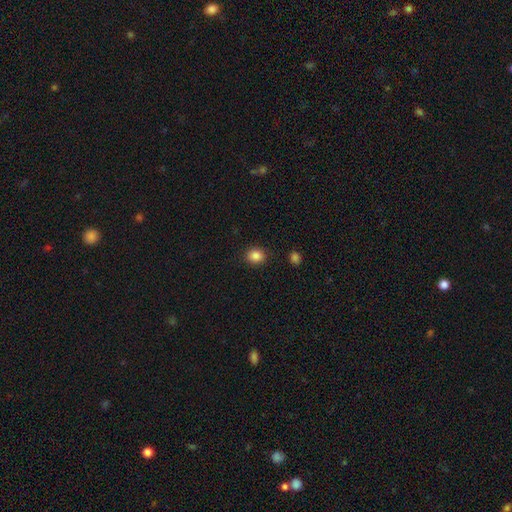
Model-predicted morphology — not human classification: This is clearly a smooth galaxy (86%). How rounded: likely round (70%). Merging: clearly none (89%).